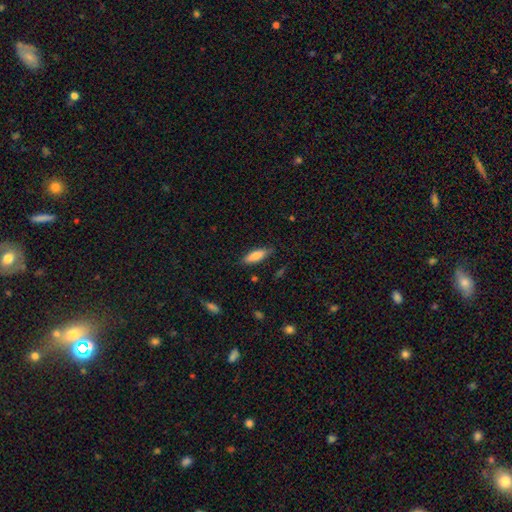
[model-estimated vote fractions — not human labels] Morphology: type=smooth (83%); roundness=in between (50%); merging=none (81%).